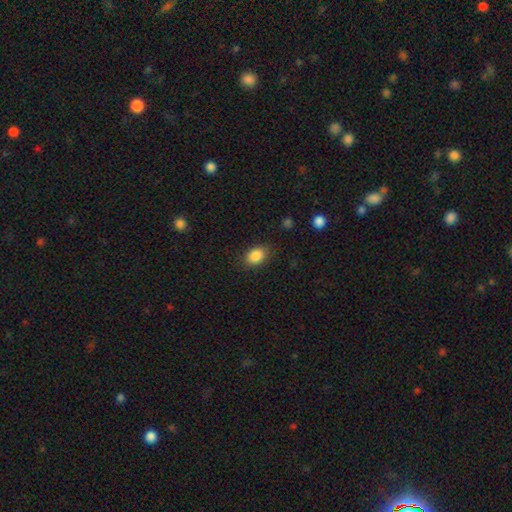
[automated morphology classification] Q: Smooth or featured?
A: smooth (87%); runner-up: star or artifact (9%)
Q: How rounded?
A: in between (76%); runner-up: round (22%)
Q: Merging?
A: none (84%); runner-up: minor disturbance (12%)